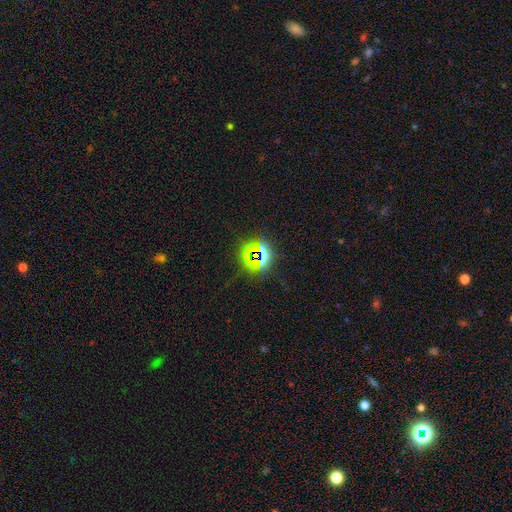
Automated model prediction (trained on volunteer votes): Smooth or featured? Predicted: star or artifact (p=0.73).